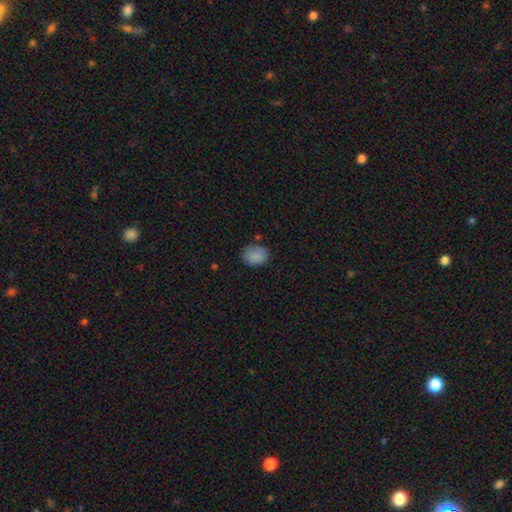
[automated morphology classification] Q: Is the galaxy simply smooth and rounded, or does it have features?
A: smooth — 87%.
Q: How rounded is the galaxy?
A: in between — 60%.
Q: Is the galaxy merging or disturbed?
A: none — 76%.